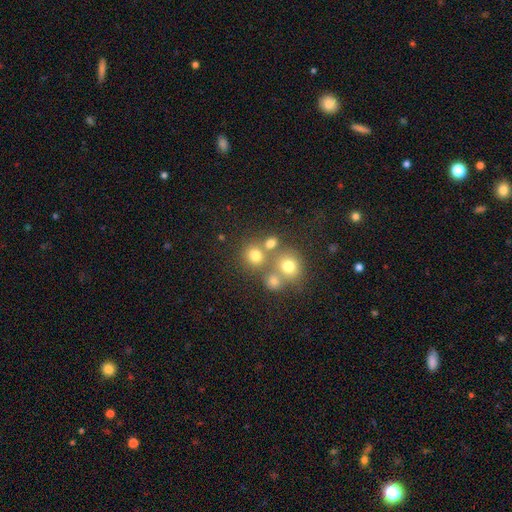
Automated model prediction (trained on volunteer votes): This appears to be a smooth galaxy with no disk features (69%) that is round (83%). Merging: none (57%).